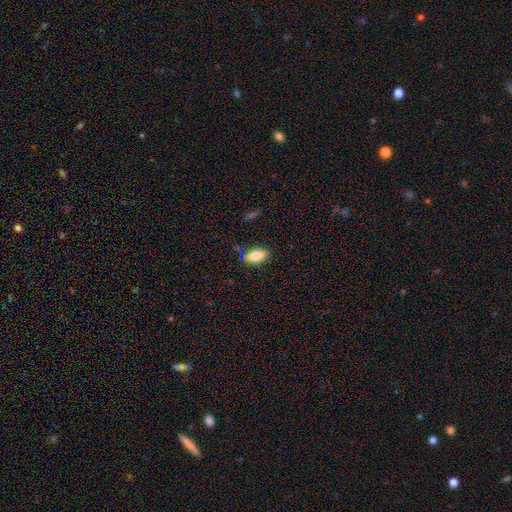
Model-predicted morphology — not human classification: Q: Smooth or featured?
A: smooth (81%); runner-up: featured or disk (11%)
Q: How rounded?
A: in between (84%); runner-up: cigar-shaped (12%)
Q: Merging?
A: none (81%); runner-up: minor disturbance (14%)